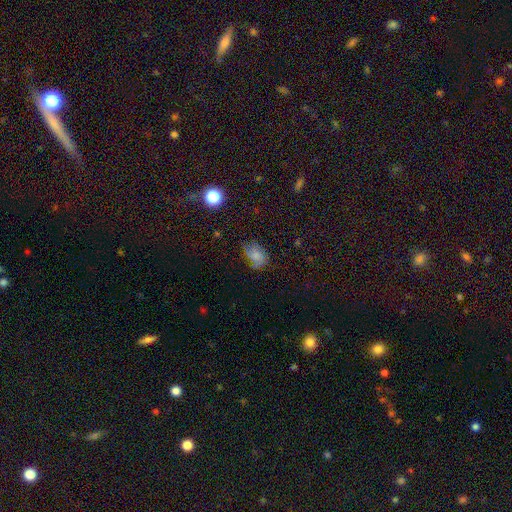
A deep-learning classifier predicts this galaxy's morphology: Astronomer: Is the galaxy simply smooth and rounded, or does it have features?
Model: smooth — 59%.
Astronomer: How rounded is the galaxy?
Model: in between — 73%.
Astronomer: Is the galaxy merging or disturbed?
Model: none — 50% (runner-up: minor disturbance, 30%).